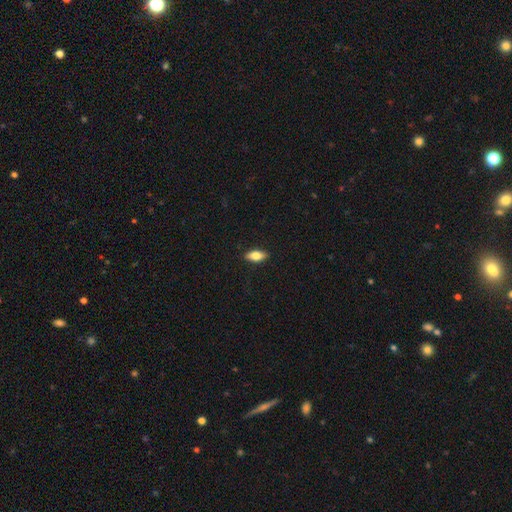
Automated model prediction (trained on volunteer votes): Smooth or featured? Predicted: smooth (p=0.70). How rounded? Predicted: in between (p=0.80). Merging? Predicted: none (p=0.89).